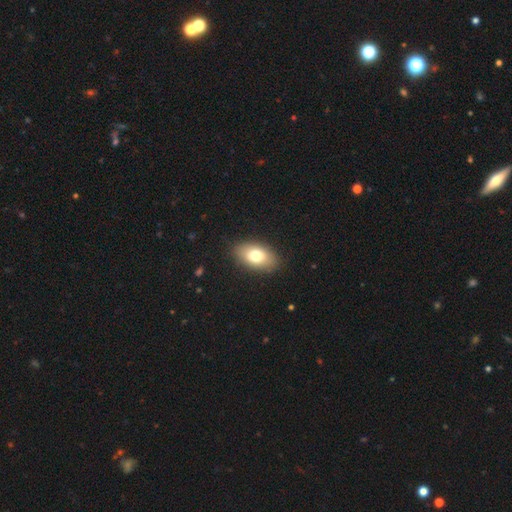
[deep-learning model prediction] Smooth or featured? smooth (75%)
How rounded? in between (90%)
Merging? none (87%)